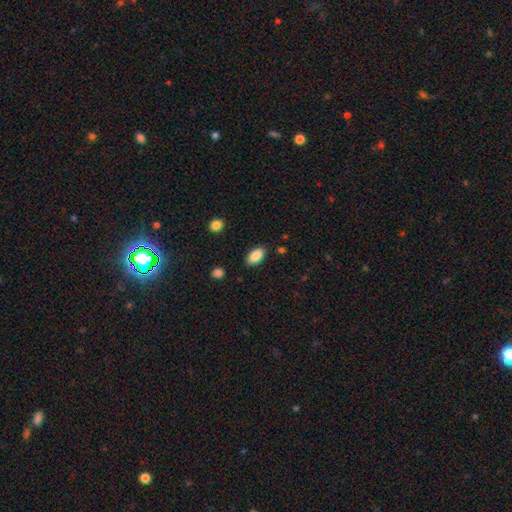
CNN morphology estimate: smooth 88%, star or artifact 7%, featured or disk 5%. Down the decision tree: how rounded — in between (93%); merging — none (86%).